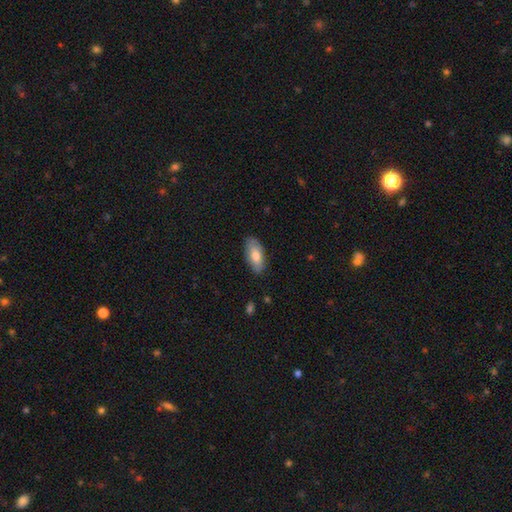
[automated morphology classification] Smooth or featured? Predicted: smooth (p=0.74). How rounded? Predicted: in between (p=0.87). Merging? Predicted: none (p=0.83).